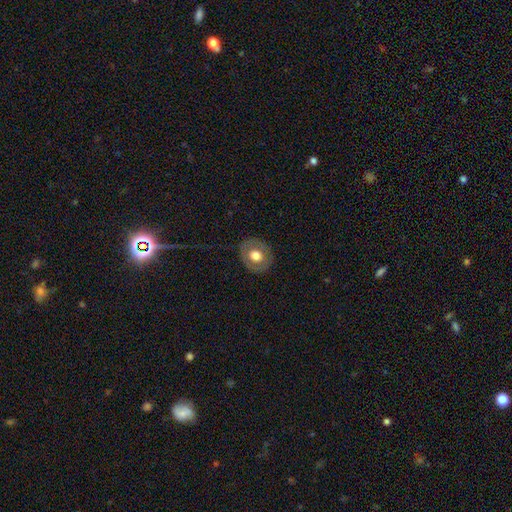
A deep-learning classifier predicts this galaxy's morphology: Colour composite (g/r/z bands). It shows a smooth galaxy with no disk features (58%) that is round (69%). Merging: none (84%).